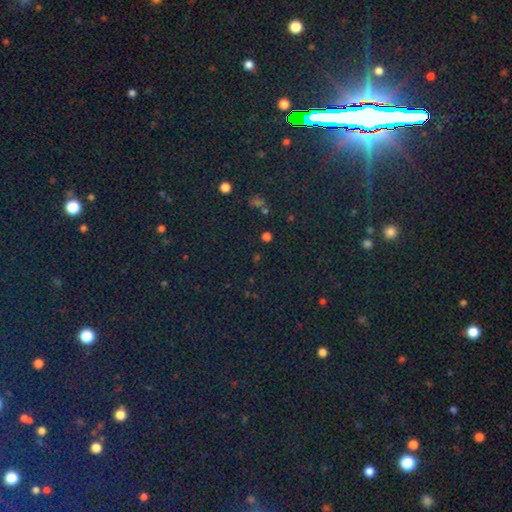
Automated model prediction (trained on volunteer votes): A star or artifact, not a galaxy (80%).